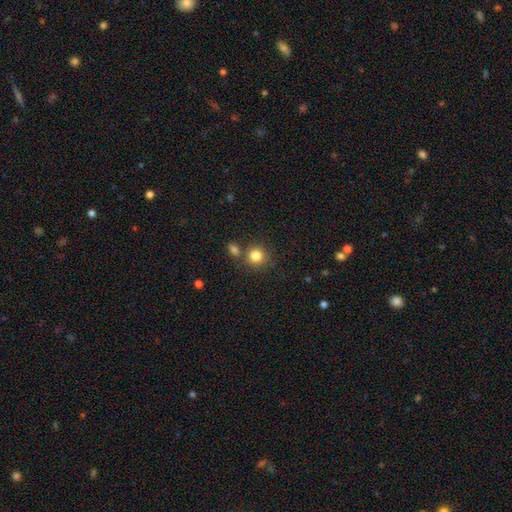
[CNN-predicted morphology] This appears to be a smooth galaxy with no disk features (83%) that is round (89%). Merging: none (71%).